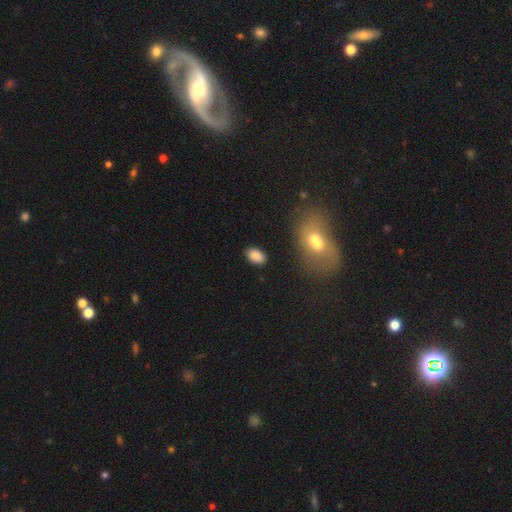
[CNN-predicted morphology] smooth_or_featured: smooth (p=0.87) [alt: star or artifact p=0.08]
how_rounded: in between (p=0.88) [alt: round p=0.11]
merging: none (p=0.86) [alt: minor disturbance p=0.10]